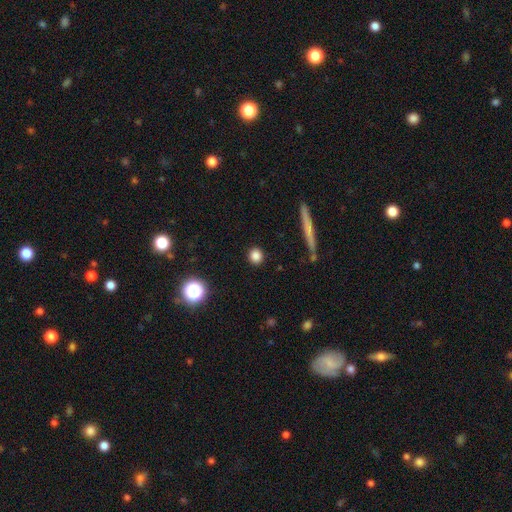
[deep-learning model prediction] Smooth or featured?
  - smooth: 83% *
  - star or artifact: 11%
  - featured or disk: 6%
How rounded?
  - round: 89% *
  - in between: 8%
  - cigar-shaped: 3%
Merging?
  - none: 91% *
  - minor disturbance: 6%
  - major disturbance: 2%
  - merger: 2%